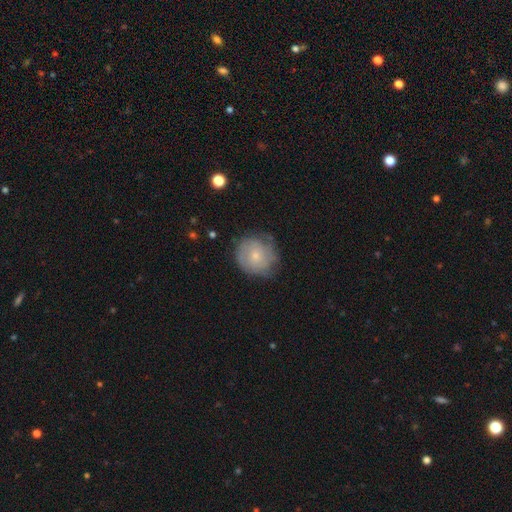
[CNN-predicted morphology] type=smooth (51%); roundness=round (88%); merging=none (68%).